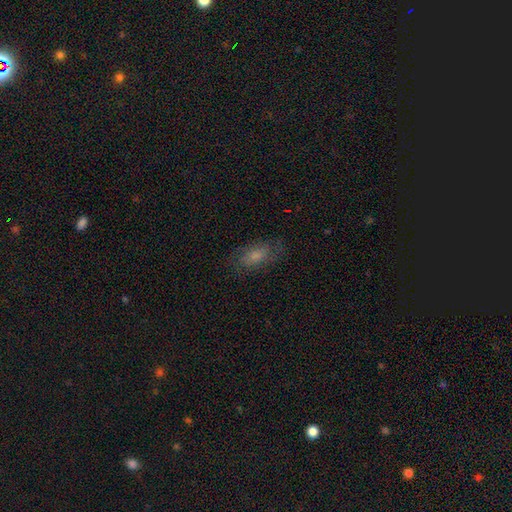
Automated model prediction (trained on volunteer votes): Overall: smooth (61%; featured or disk 28%). How rounded: in between (85%). Merging: none (74%).